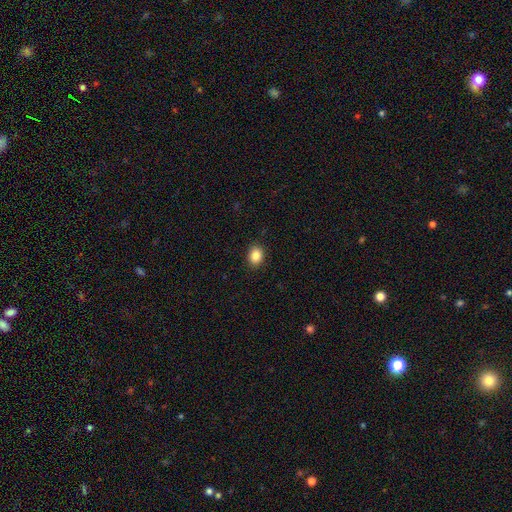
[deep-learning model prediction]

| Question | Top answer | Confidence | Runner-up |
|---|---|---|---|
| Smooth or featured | smooth | 86% | star or artifact (9%) |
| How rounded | in between | 57% | round (42%) |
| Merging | none | 90% | minor disturbance (7%) |